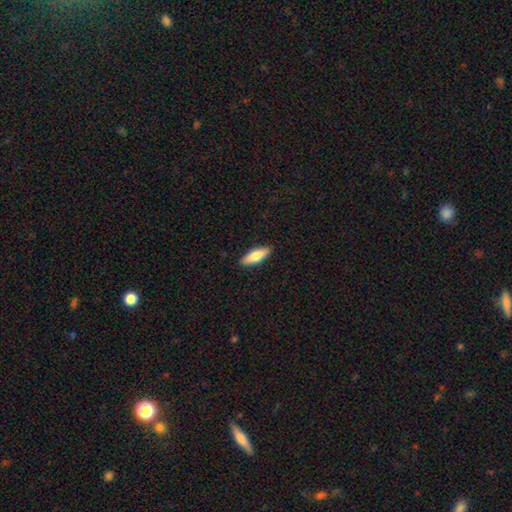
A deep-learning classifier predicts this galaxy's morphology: Q: Smooth or featured?
A: smooth (71%); runner-up: featured or disk (23%)
Q: How rounded?
A: in between (55%); runner-up: cigar-shaped (42%)
Q: Merging?
A: none (90%); runner-up: minor disturbance (7%)